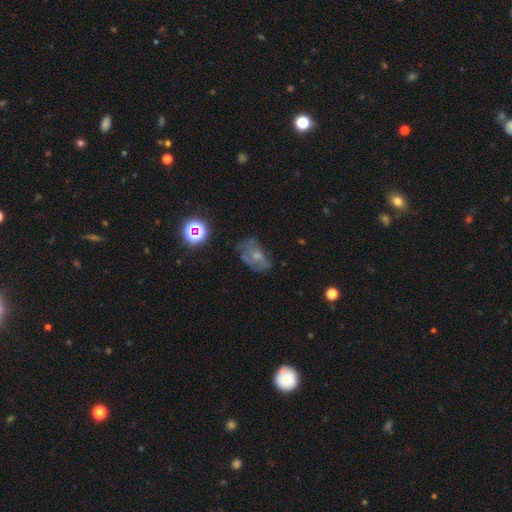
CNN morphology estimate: This is marginally a featured or disk galaxy (44%). Merging: possibly none (47%).